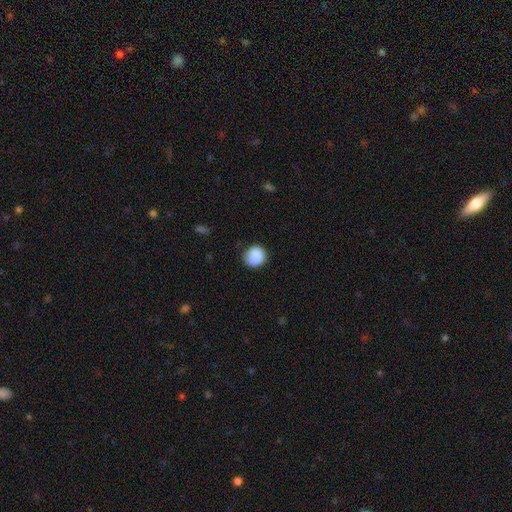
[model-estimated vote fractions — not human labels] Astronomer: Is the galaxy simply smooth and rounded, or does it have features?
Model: smooth — 86%.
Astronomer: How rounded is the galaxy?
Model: round — 87%.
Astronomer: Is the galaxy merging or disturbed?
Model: none — 74%.